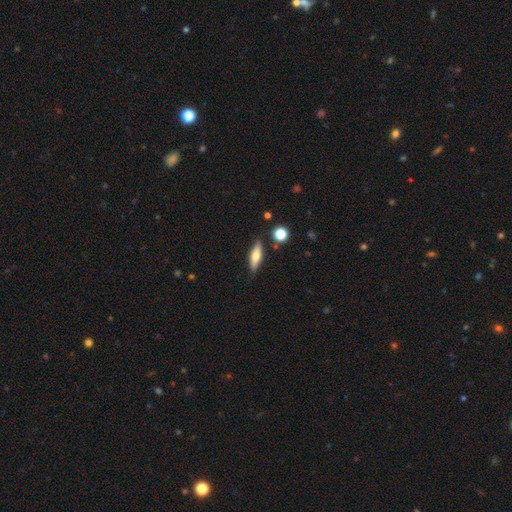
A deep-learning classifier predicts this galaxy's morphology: smooth 61%, featured or disk 32%, star or artifact 7%. Down the decision tree: how rounded — cigar-shaped (54%); merging — none (83%).